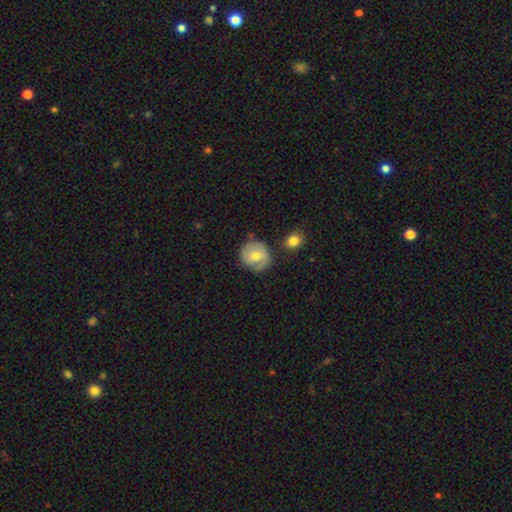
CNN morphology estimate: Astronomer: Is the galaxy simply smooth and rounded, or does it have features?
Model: smooth — 51% (runner-up: featured or disk, 42%).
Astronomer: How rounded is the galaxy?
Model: round — 86%.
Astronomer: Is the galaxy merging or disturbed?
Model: none — 74%.